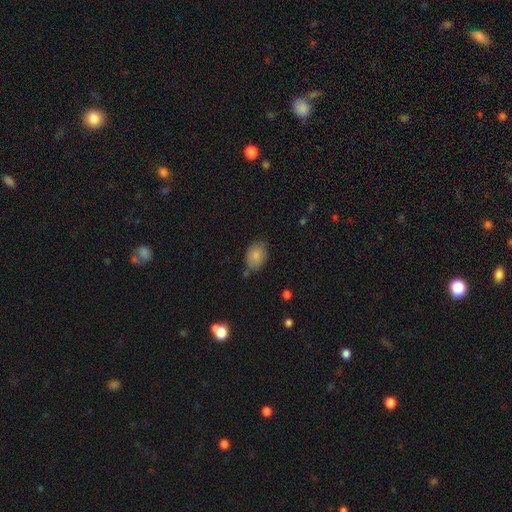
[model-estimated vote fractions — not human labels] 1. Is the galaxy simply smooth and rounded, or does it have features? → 84% smooth, 8% featured or disk, 8% star or artifact.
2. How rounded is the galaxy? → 76% in between, 23% round, 1% cigar-shaped.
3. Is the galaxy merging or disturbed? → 69% none, 22% minor disturbance, 5% major disturbance, 4% merger.